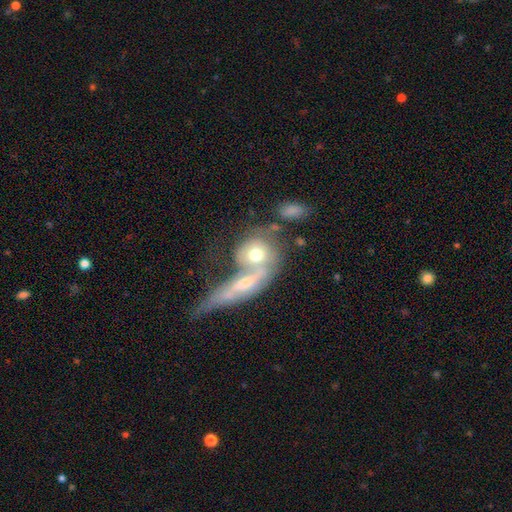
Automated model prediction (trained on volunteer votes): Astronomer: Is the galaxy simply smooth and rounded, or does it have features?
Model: featured or disk — 57% (runner-up: smooth, 33%).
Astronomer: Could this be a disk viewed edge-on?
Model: no — 71%.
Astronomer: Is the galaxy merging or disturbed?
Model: merger — 64%.